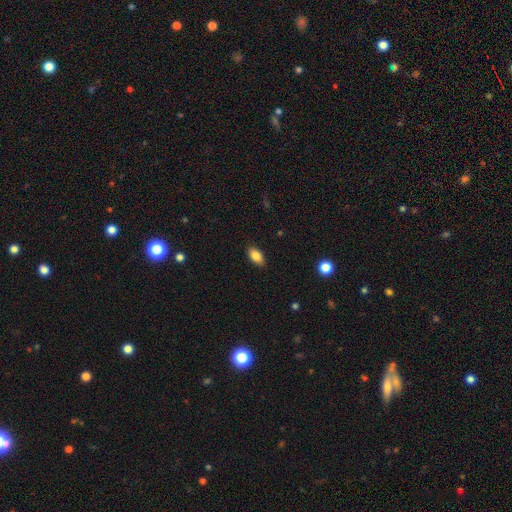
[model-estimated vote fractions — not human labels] Q: Smooth or featured?
A: smooth (86%); runner-up: star or artifact (8%)
Q: How rounded?
A: in between (92%); runner-up: round (5%)
Q: Merging?
A: none (87%); runner-up: minor disturbance (10%)